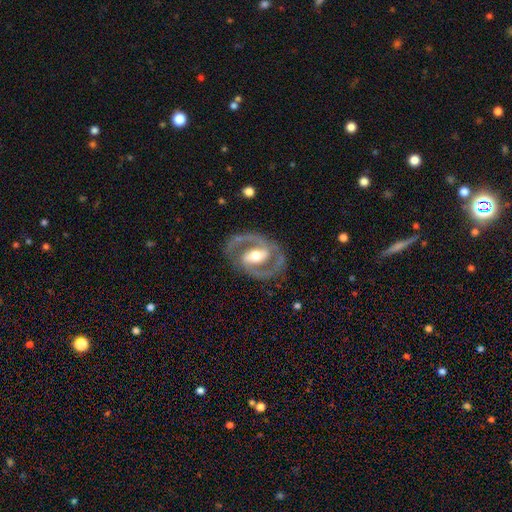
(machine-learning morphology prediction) smooth_or_featured: featured or disk (p=0.89) [alt: smooth p=0.07]
disk_edge_on: no (p=0.97) [alt: yes p=0.03]
bar: strong (p=0.51) [alt: weak p=0.34]
has_spiral_arms: yes (p=0.93) [alt: no p=0.07]
spiral_winding: medium (p=0.59) [alt: tight p=0.29]
spiral_arm_count: 2 (p=0.92) [alt: can't tell p=0.03]
bulge_size: moderate (p=0.68) [alt: large p=0.16]
merging: none (p=0.82) [alt: minor disturbance p=0.11]